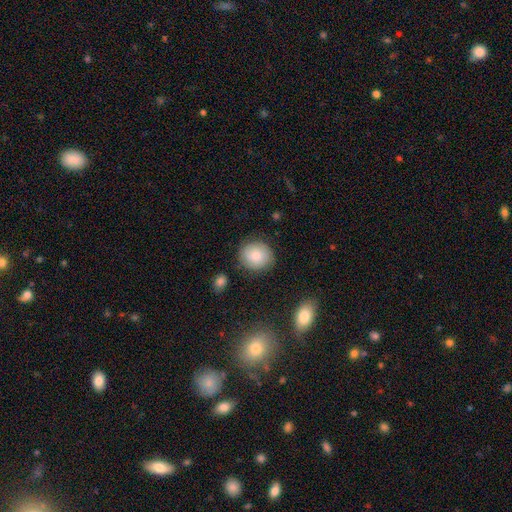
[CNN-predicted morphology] This appears to be a smooth galaxy with no disk features (82%) that is round (82%). Merging: none (84%).